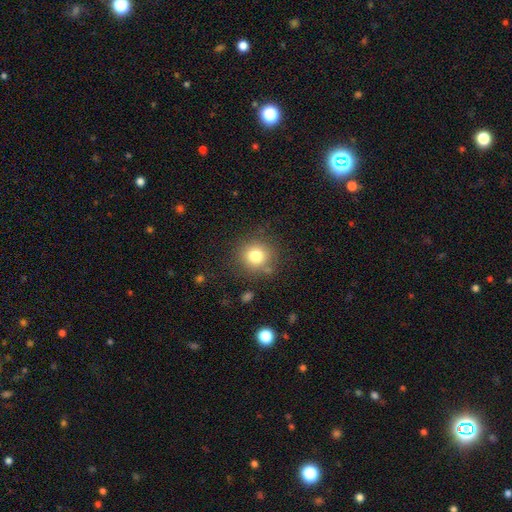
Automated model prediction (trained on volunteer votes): Overall: smooth (78%). How rounded: round (91%). Merging: none (83%).